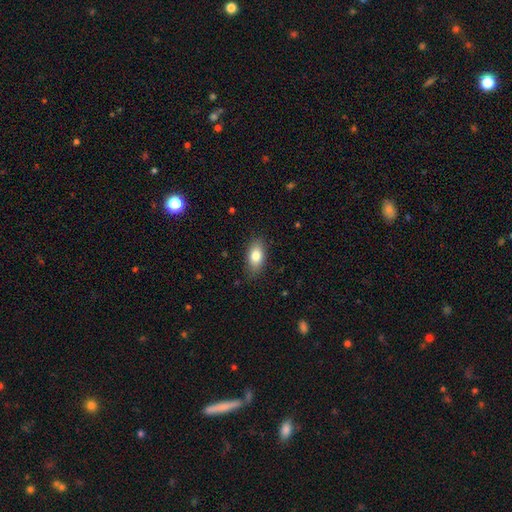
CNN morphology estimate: Smooth or featured: smooth — 81% (featured or disk — 12%)
How rounded: in between — 89% (round — 6%)
Merging: none — 83% (minor disturbance — 13%)